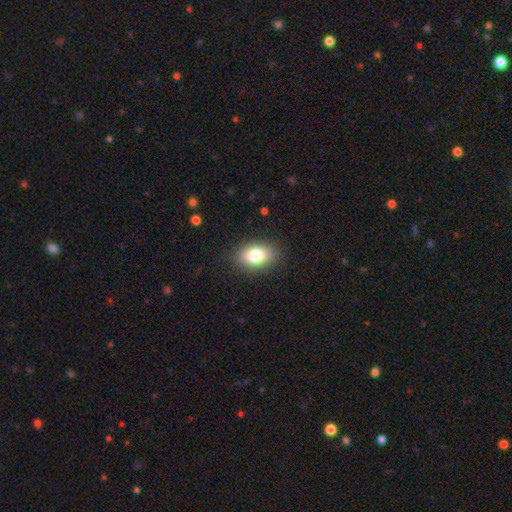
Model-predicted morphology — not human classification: Q: Smooth or featured?
A: smooth (81%); runner-up: featured or disk (11%)
Q: How rounded?
A: in between (86%); runner-up: round (12%)
Q: Merging?
A: none (86%); runner-up: minor disturbance (10%)